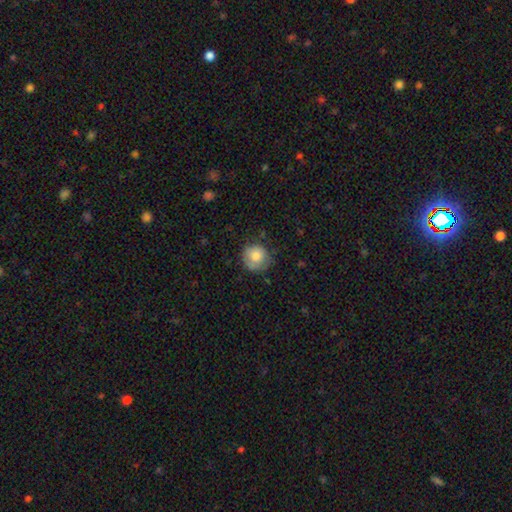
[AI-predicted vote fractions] Smooth or featured? smooth (78%)
How rounded? round (91%)
Merging? none (69%)